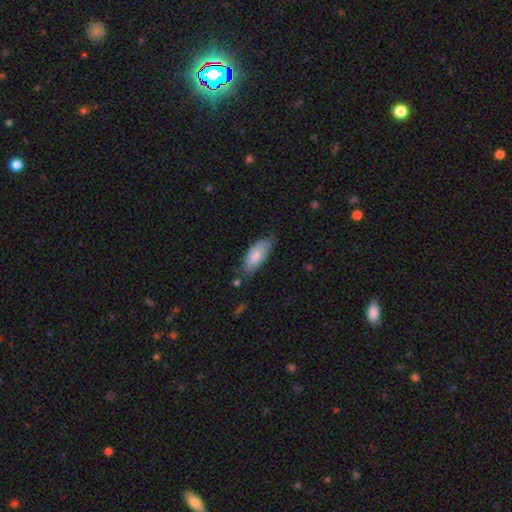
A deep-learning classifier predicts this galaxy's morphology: type=smooth (80%); roundness=in between (83%); merging=none (58%).